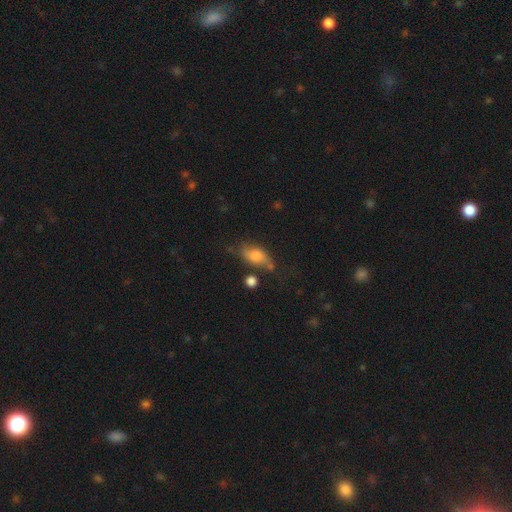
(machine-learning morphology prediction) type=smooth (69%); roundness=in between (82%); merging=none (55%).